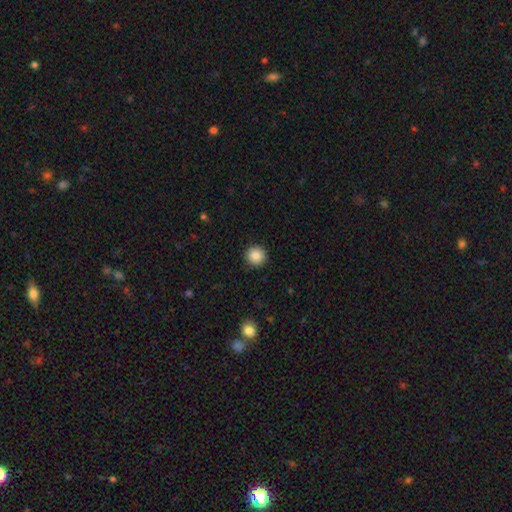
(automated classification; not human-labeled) Smooth or featured?
  - smooth: 87% *
  - star or artifact: 9%
  - featured or disk: 3%
How rounded?
  - round: 95% *
  - in between: 4%
  - cigar-shaped: 1%
Merging?
  - none: 92% *
  - minor disturbance: 5%
  - major disturbance: 2%
  - merger: 1%